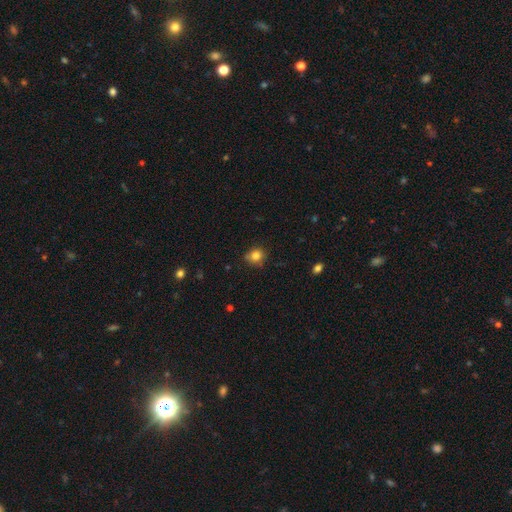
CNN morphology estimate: smooth-or-featured: smooth: 82% | star or artifact: 11% | featured or disk: 6%
  how-rounded: round: 80% | in between: 19% | cigar-shaped: 1%
  merging: none: 75% | minor disturbance: 20% | major disturbance: 4% | merger: 2%